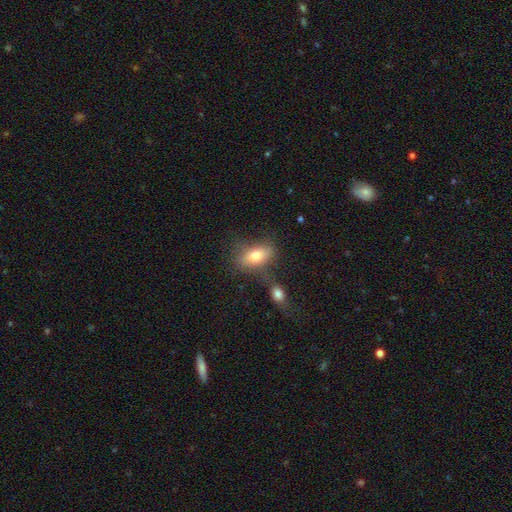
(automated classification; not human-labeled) This is likely a smooth galaxy (77%). How rounded: clearly in between (87%). Merging: possibly none (56%).